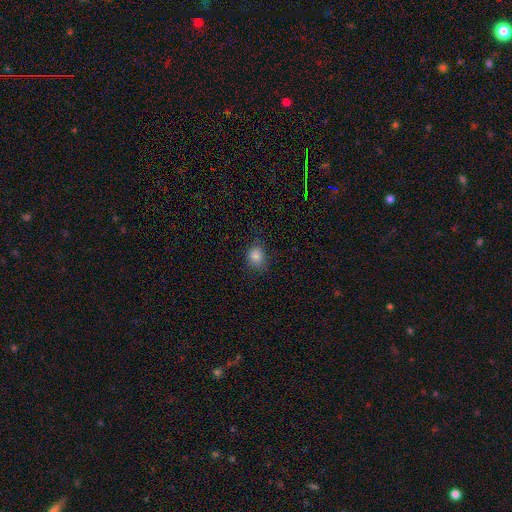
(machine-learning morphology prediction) Smooth or featured: smooth — 83% (star or artifact — 12%)
How rounded: round — 63% (in between — 36%)
Merging: none — 78% (minor disturbance — 16%)